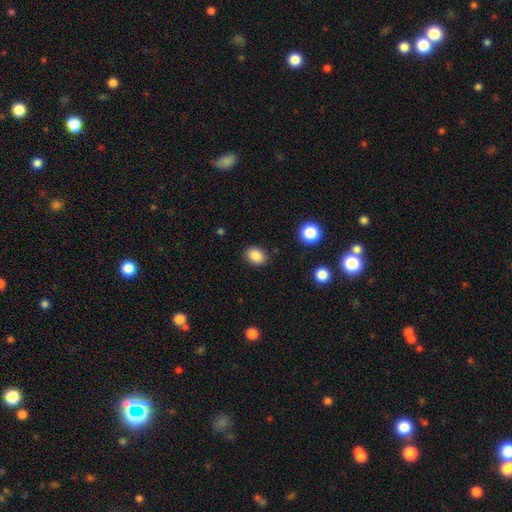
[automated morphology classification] Smooth or featured?
  - smooth: 87% *
  - star or artifact: 9%
  - featured or disk: 3%
How rounded?
  - in between: 65% *
  - round: 35%
  - cigar-shaped: 1%
Merging?
  - none: 86% *
  - minor disturbance: 9%
  - major disturbance: 3%
  - merger: 2%